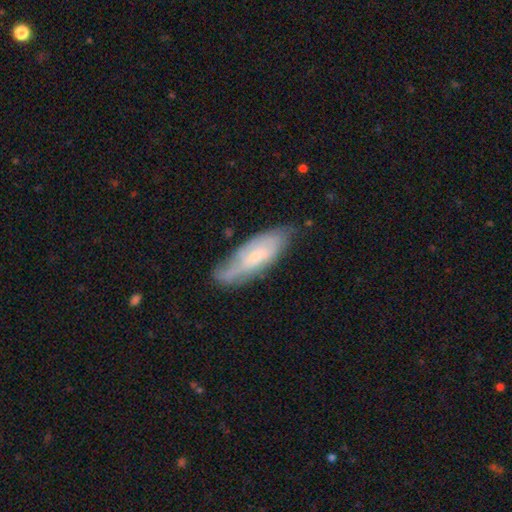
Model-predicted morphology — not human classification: Q: Smooth or featured?
A: featured or disk (54%); runner-up: smooth (40%)
Q: Edge-on disk?
A: no (78%); runner-up: yes (22%)
Q: Merging?
A: none (60%); runner-up: minor disturbance (29%)